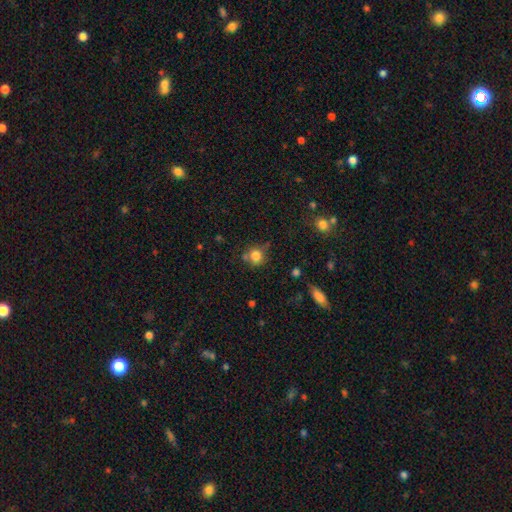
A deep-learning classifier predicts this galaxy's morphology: This appears to be a smooth galaxy with no disk features (82%) that is round (89%). Merging: none (67%).